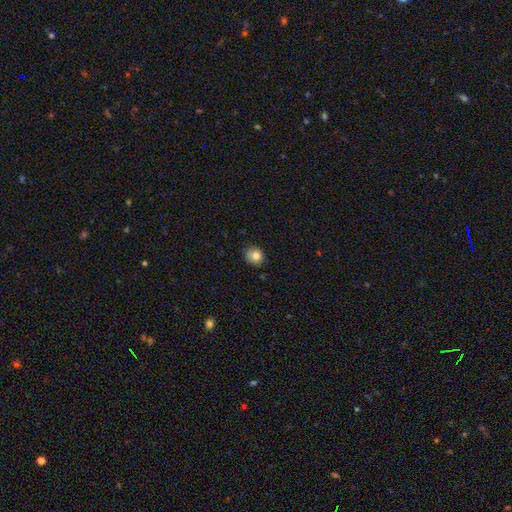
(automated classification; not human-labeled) This appears to be a smooth galaxy with no disk features (83%) that is round (82%). Merging: none (82%).